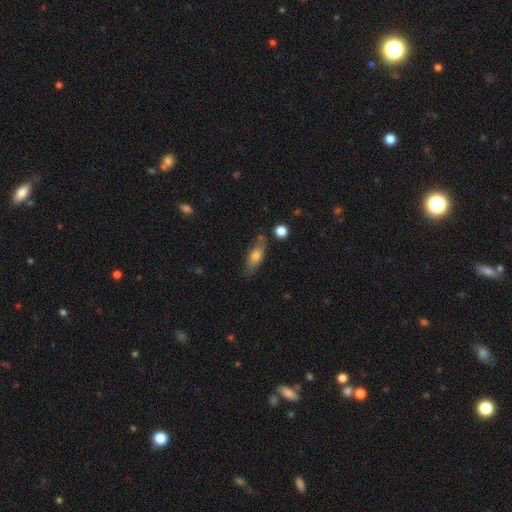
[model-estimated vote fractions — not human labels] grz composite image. It shows a smooth galaxy with no disk features (71%) that is in between round and cigar-shaped (68%). Merging: none (68%).